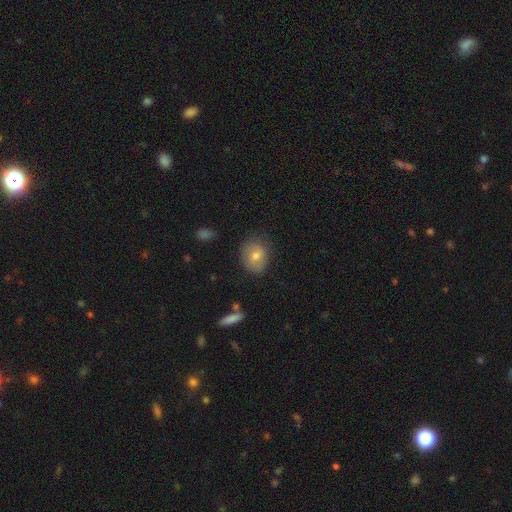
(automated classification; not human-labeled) This appears to be a smooth galaxy with no disk features (68%) that is round (50%). Merging: none (75%).